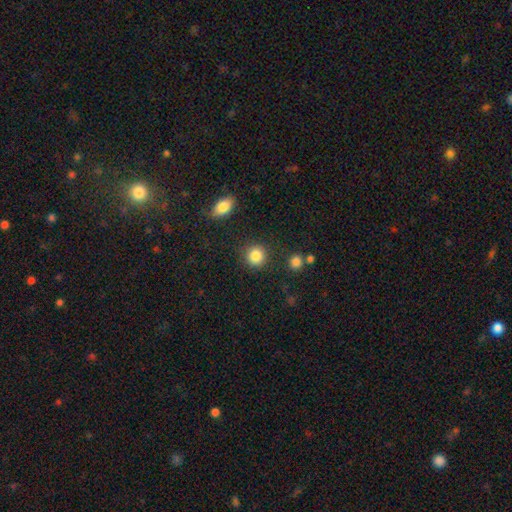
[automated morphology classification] Q: Smooth or featured?
A: smooth (87%); runner-up: star or artifact (9%)
Q: How rounded?
A: round (89%); runner-up: in between (10%)
Q: Merging?
A: none (87%); runner-up: minor disturbance (7%)